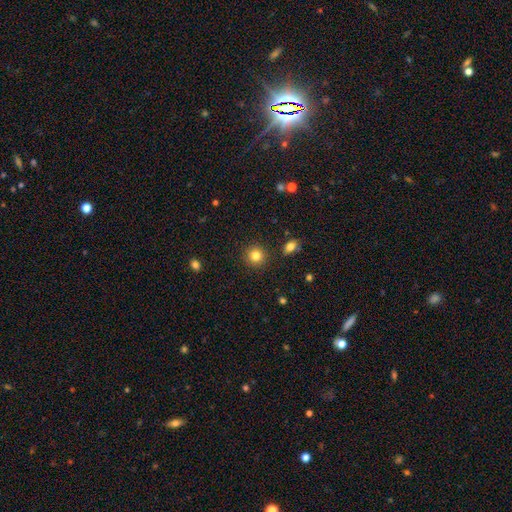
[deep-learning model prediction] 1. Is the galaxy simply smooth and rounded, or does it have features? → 83% smooth, 11% star or artifact, 6% featured or disk.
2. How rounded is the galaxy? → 92% round, 7% in between, 1% cigar-shaped.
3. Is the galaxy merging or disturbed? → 90% none, 6% minor disturbance, 2% major disturbance, 2% merger.